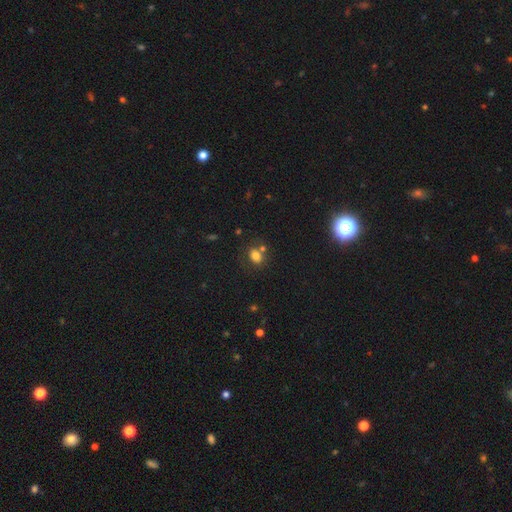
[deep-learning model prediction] This appears to be a smooth galaxy with no disk features (78%) that is in between round and cigar-shaped (64%). Merging: none (61%).